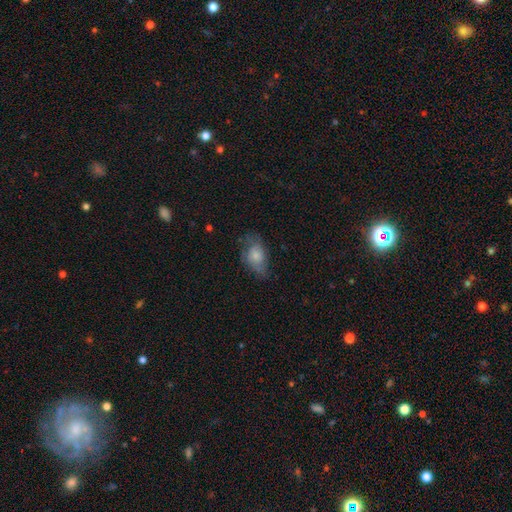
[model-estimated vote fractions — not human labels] This is likely a smooth galaxy (64%). How rounded: clearly in between (87%). Merging: possibly none (52%).